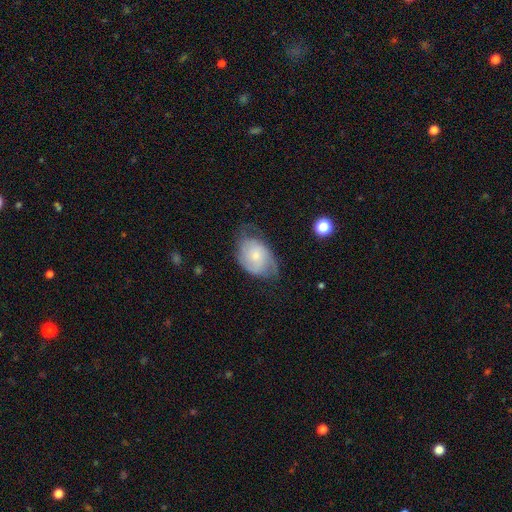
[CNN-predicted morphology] Overall: featured or disk (61%; smooth 33%). Edge-on disk: no (96%). Bar: no (72%). Spiral arms: yes (87%). Spiral arm count: 2 (52%; can't tell 28%). Spiral winding: medium (41%, tied with tight). Bulge size: small (64%; moderate 28%). Merging: none (53%; minor disturbance 30%).